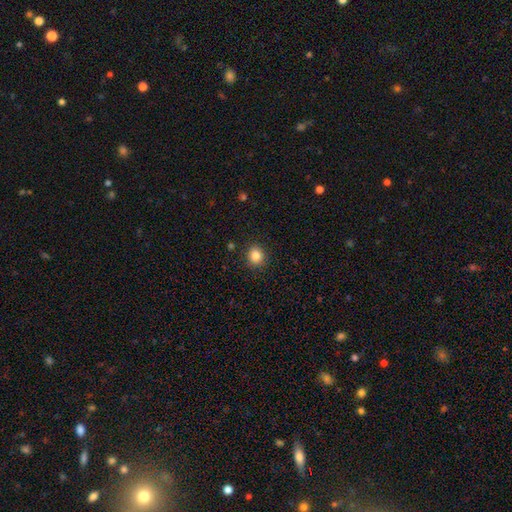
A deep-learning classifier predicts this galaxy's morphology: The model was most divided on "how rounded": round: 78%, in between: 21%, cigar-shaped: 1%. More confident: merging — none (89%); smooth or featured — smooth (85%).